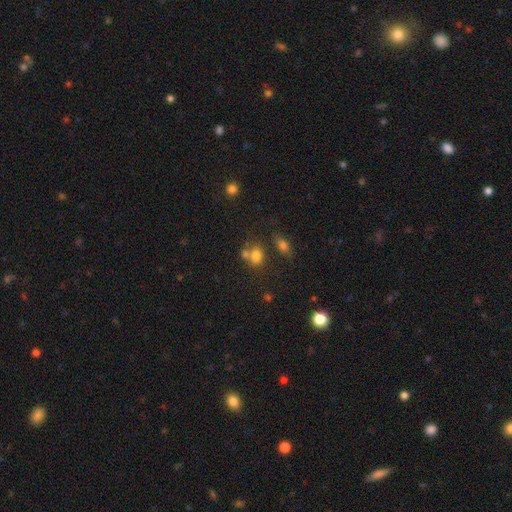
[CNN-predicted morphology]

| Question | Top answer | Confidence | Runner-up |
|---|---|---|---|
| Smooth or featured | smooth | 74% | star or artifact (15%) |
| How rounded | in between | 54% | round (45%) |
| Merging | none | 43% | merger (38%) |